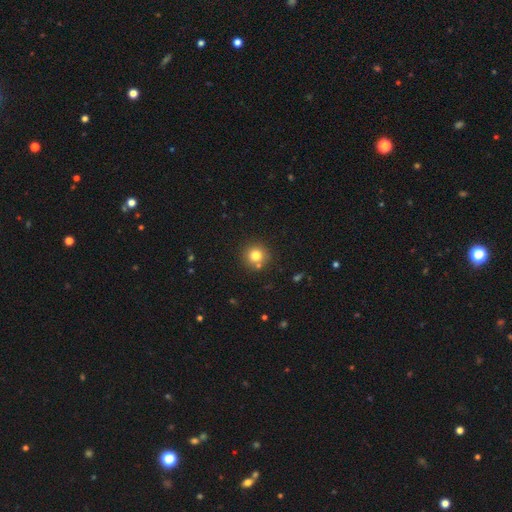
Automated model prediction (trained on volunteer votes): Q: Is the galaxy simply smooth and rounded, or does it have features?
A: smooth — 79%.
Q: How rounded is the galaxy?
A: round — 93%.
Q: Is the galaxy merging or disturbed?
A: none — 81%.